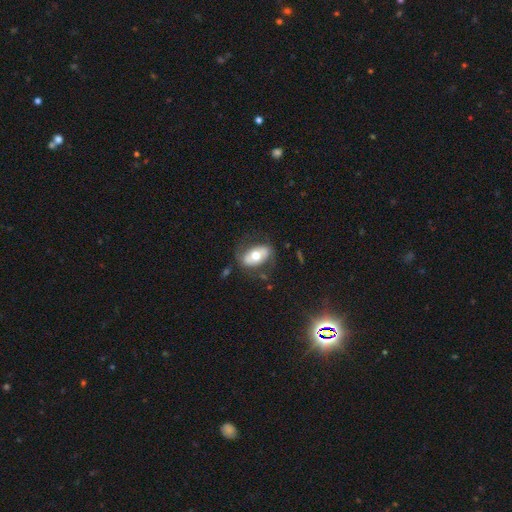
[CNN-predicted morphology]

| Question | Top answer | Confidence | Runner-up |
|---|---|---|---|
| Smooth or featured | smooth | 53% | featured or disk (40%) |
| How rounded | in between | 89% | round (9%) |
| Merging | none | 70% | minor disturbance (18%) |